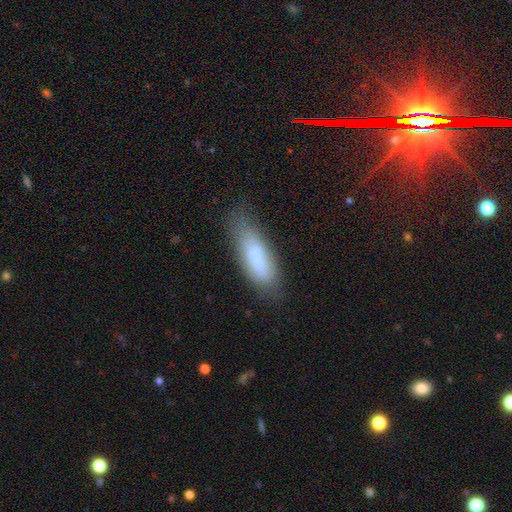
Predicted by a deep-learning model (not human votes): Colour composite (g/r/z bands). It shows a smooth galaxy with no disk features (70%) that is in between round and cigar-shaped (60%). Merging: none (65%).